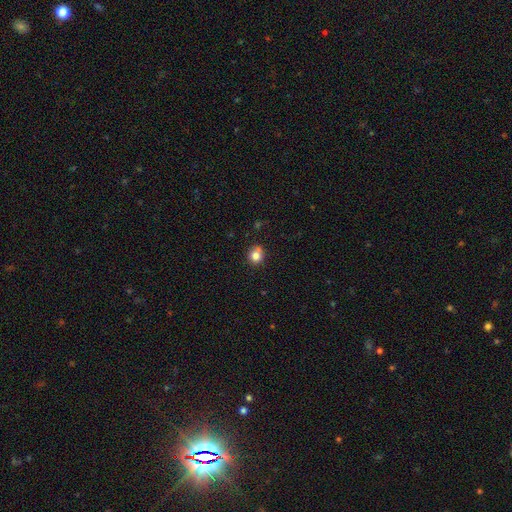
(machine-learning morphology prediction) smooth 81%, star or artifact 11%, featured or disk 7%. Down the decision tree: how rounded — round (79%); merging — none (72%).